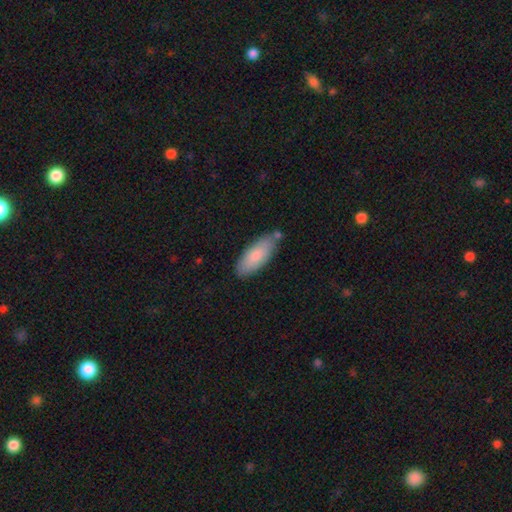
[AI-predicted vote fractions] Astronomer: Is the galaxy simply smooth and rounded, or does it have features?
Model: smooth — 80%.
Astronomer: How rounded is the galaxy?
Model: in between — 75%.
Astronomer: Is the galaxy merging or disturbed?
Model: none — 71%.